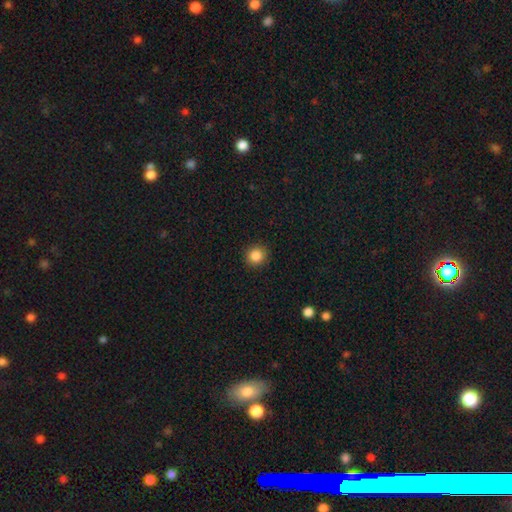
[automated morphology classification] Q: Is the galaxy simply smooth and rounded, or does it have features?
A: smooth — 86%.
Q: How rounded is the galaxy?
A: round — 92%.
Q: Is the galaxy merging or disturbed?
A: none — 91%.